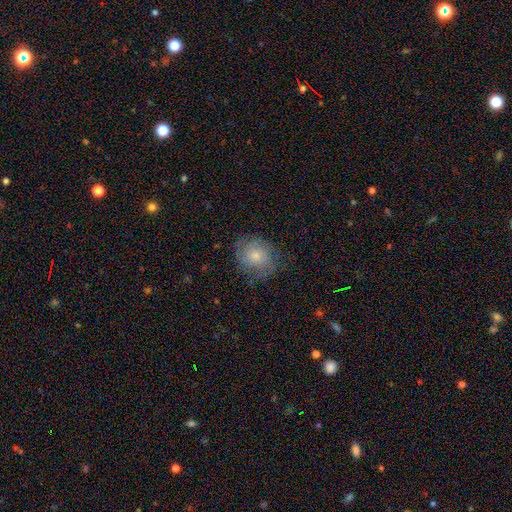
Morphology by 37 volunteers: This is likely a smooth galaxy (70%). How rounded: likely round (73%). Merging: marginally none (42%).